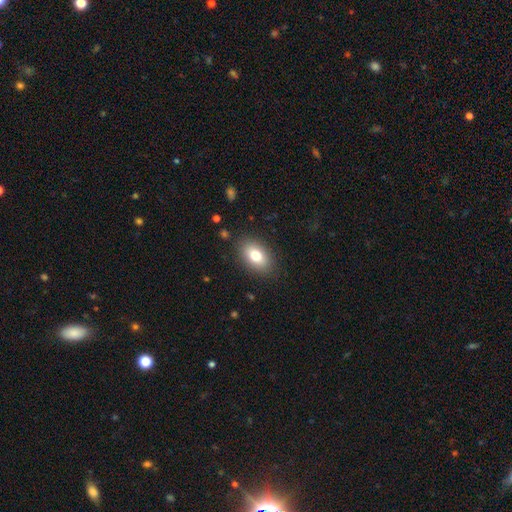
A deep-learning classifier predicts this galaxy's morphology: Smooth or featured? smooth (77%)
How rounded? in between (86%)
Merging? none (86%)